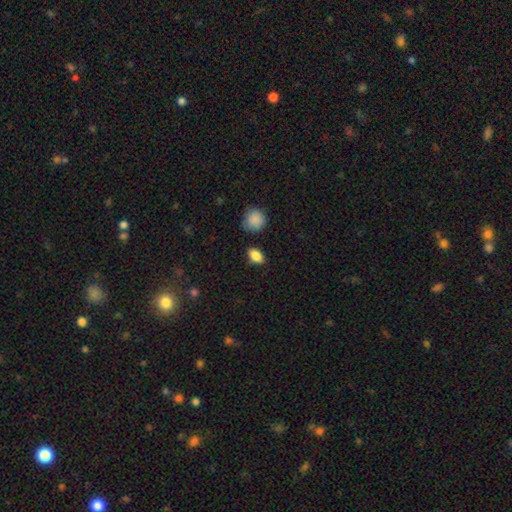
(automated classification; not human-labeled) smooth_or_featured: smooth (p=0.85) [alt: star or artifact p=0.09]
how_rounded: in between (p=0.84) [alt: round p=0.13]
merging: none (p=0.84) [alt: minor disturbance p=0.11]